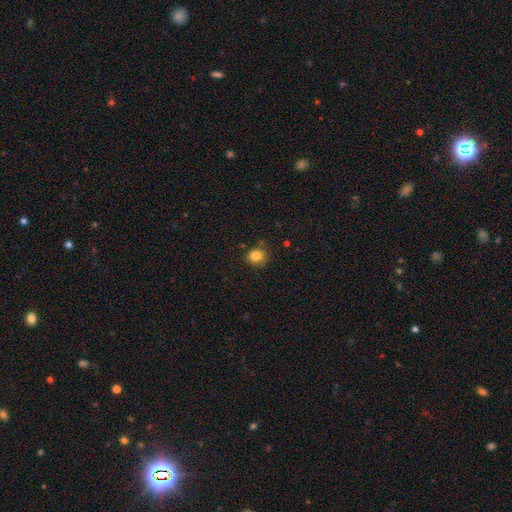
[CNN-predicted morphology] Smooth or featured? Predicted: smooth (p=0.84). How rounded? Predicted: round (p=0.69). Merging? Predicted: none (p=0.72).